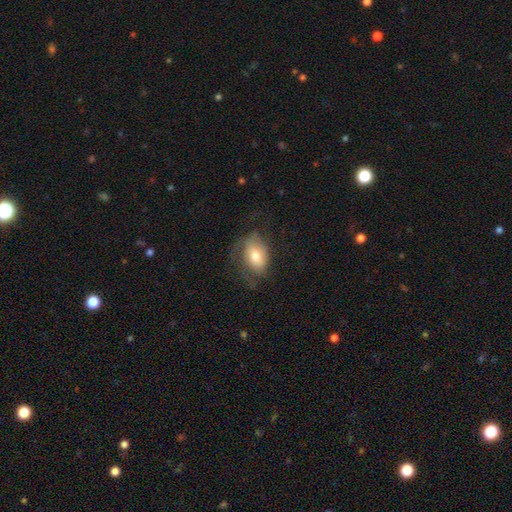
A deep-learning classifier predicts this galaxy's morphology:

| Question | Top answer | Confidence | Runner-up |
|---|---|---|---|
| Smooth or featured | smooth | 64% | featured or disk (27%) |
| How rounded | in between | 79% | round (19%) |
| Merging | none | 48% | minor disturbance (26%) |